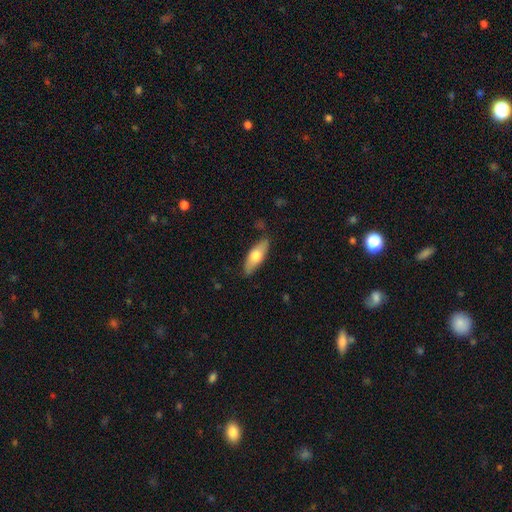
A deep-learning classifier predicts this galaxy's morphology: Smooth or featured? smooth (66%)
How rounded? in between (69%)
Merging? none (83%)